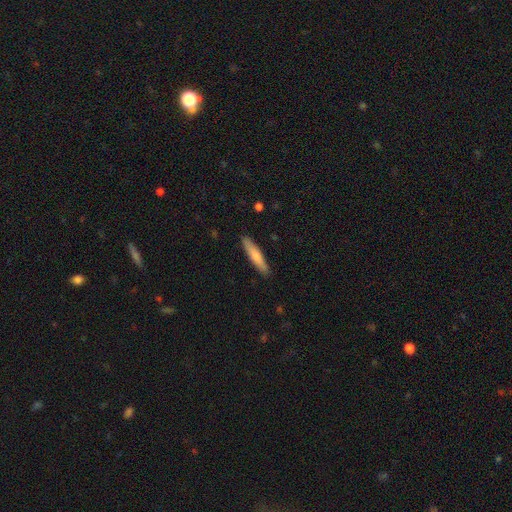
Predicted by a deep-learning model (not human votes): A smooth galaxy with no disk features (73%) that is cigar-shaped (87%). Merging: none (89%).